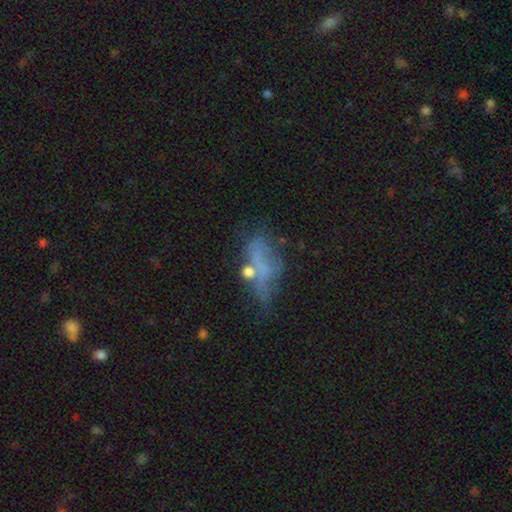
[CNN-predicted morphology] Smooth or featured?
  - smooth: 41% *
  - featured or disk: 39%
  - star or artifact: 20%
Merging?
  - none: 39% *
  - major disturbance: 25%
  - minor disturbance: 24%
  - merger: 12%